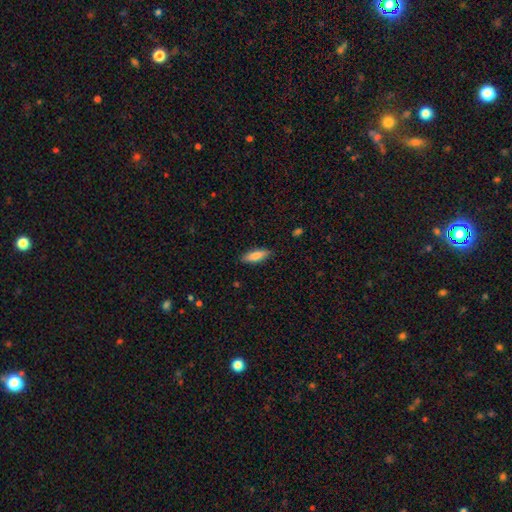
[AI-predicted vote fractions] smooth_or_featured: smooth (p=0.82) [alt: featured or disk p=0.12]
how_rounded: in between (p=0.52) [alt: cigar-shaped p=0.46]
merging: none (p=0.86) [alt: minor disturbance p=0.11]